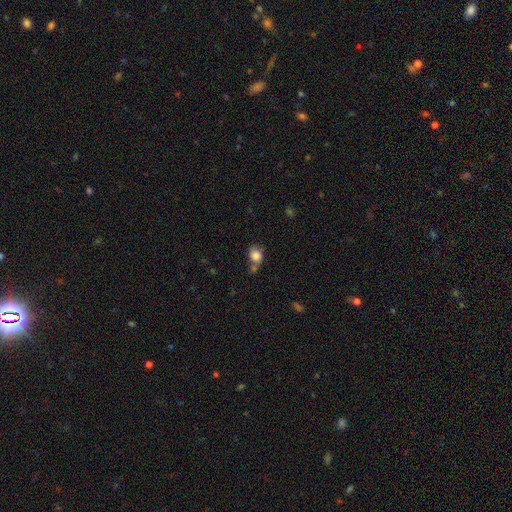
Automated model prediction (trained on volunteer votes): Smooth or featured? Predicted: smooth (p=0.82). How rounded? Predicted: round (p=0.60). Merging? Predicted: none (p=0.45).